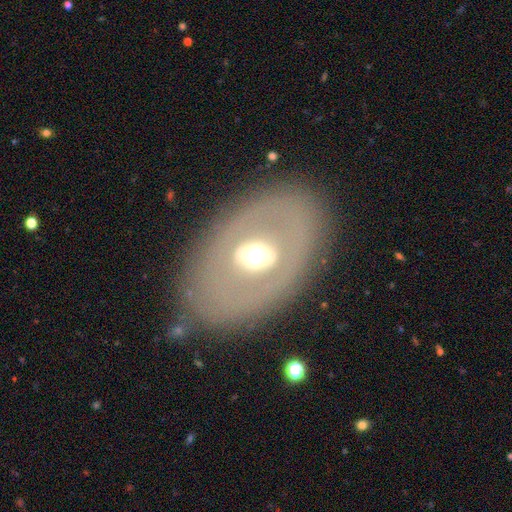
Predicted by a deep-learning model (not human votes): This is possibly a featured or disk galaxy (58%). It is clearly not viewed edge-on (86%). Merging: clearly none (82%).